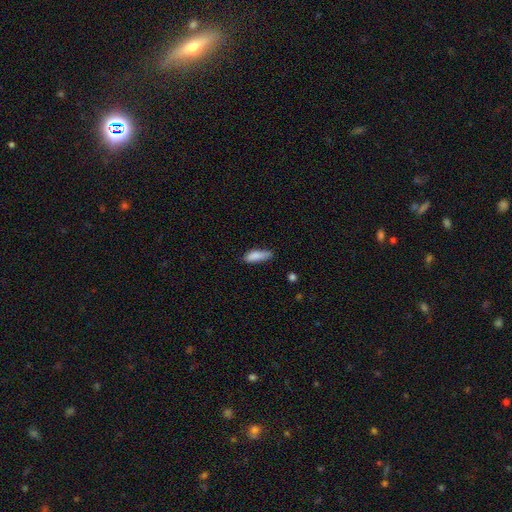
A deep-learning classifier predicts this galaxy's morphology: Smooth or featured?
  - smooth: 85% *
  - featured or disk: 8%
  - star or artifact: 7%
How rounded?
  - in between: 55% *
  - cigar-shaped: 43%
  - round: 2%
Merging?
  - none: 60% *
  - minor disturbance: 31%
  - major disturbance: 6%
  - merger: 3%